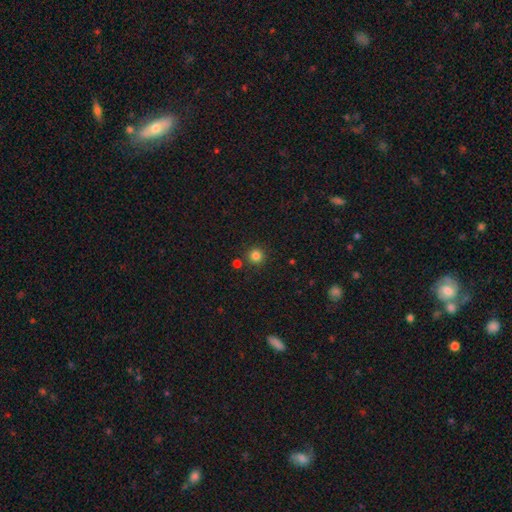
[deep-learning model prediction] A smooth galaxy with no disk features (83%) that is round (95%). Merging: none (86%).